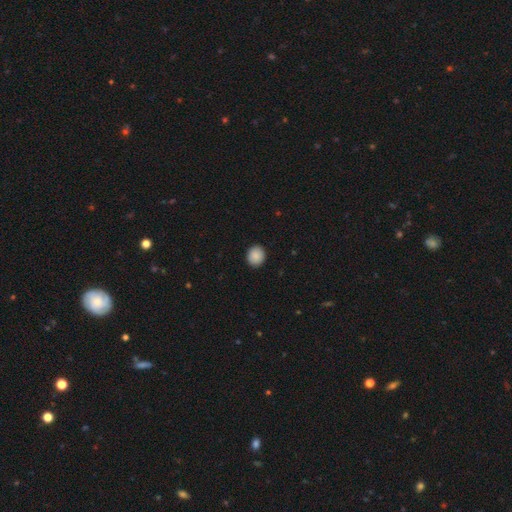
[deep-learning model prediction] Q: Smooth or featured?
A: smooth (89%); runner-up: star or artifact (8%)
Q: How rounded?
A: round (78%); runner-up: in between (22%)
Q: Merging?
A: none (91%); runner-up: minor disturbance (6%)